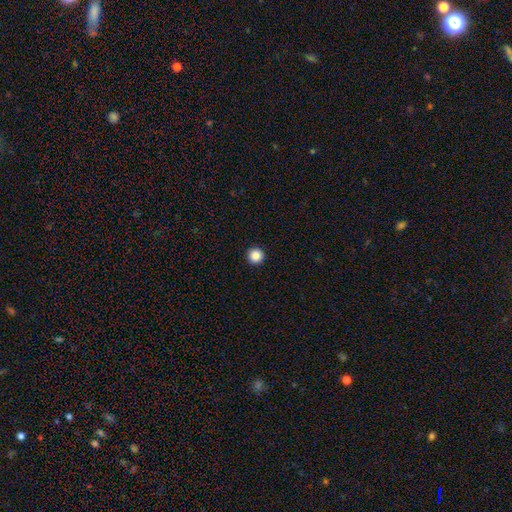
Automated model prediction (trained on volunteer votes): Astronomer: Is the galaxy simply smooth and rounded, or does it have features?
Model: smooth — 87%.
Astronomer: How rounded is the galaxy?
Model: round — 97%.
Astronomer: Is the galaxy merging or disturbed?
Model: none — 94%.